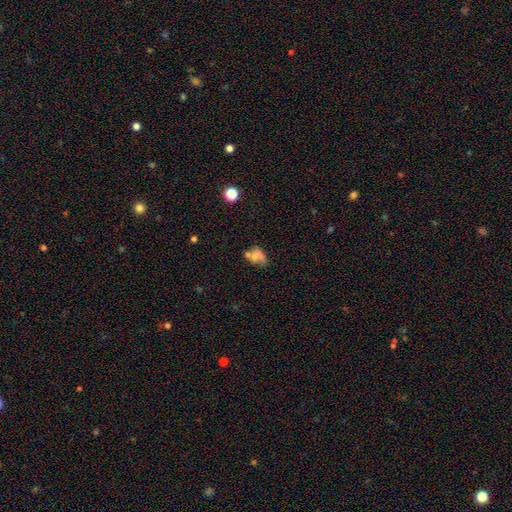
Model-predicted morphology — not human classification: Smooth or featured? smooth (60%)
How rounded? in between (69%)
Merging? none (35%)